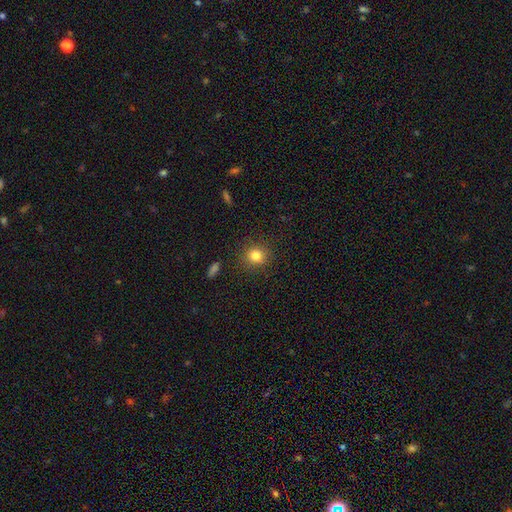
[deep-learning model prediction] Smooth or featured?
  - smooth: 82% *
  - star or artifact: 12%
  - featured or disk: 7%
How rounded?
  - round: 87% *
  - in between: 12%
  - cigar-shaped: 1%
Merging?
  - none: 88% *
  - minor disturbance: 8%
  - major disturbance: 3%
  - merger: 1%